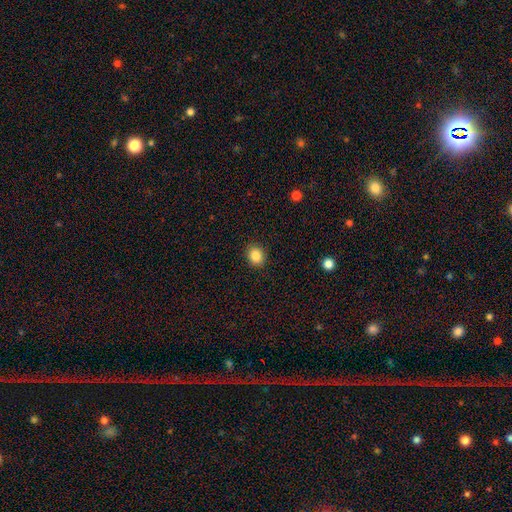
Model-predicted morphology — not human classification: smooth_or_featured: smooth (p=0.86) [alt: star or artifact p=0.10]
how_rounded: round (p=0.64) [alt: in between p=0.35]
merging: none (p=0.90) [alt: minor disturbance p=0.07]